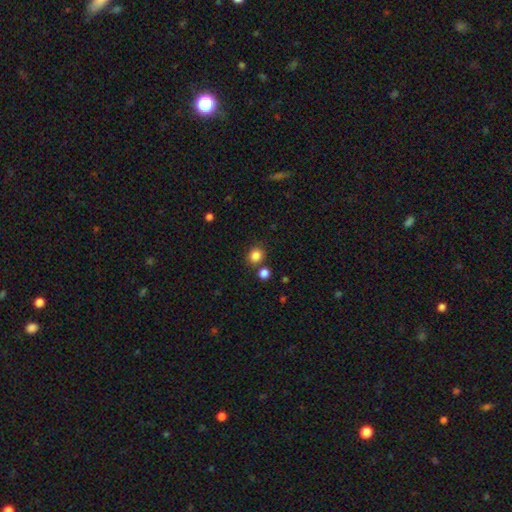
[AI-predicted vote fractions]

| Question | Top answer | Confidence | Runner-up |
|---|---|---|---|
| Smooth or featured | smooth | 84% | star or artifact (11%) |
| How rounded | round | 84% | in between (15%) |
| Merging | none | 76% | merger (12%) |